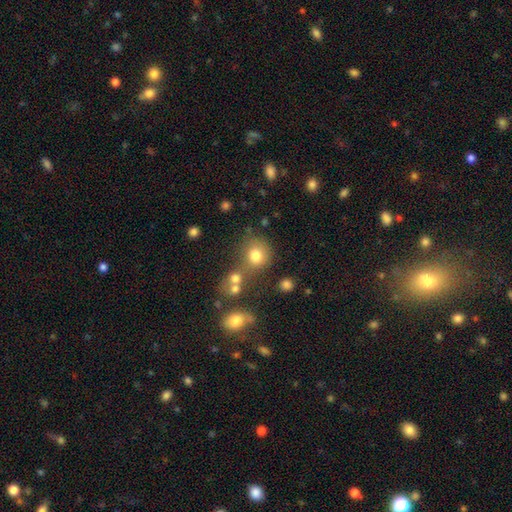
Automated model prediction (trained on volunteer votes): This appears to be a smooth galaxy with no disk features (76%) that is round (79%). Merging: none (56%).